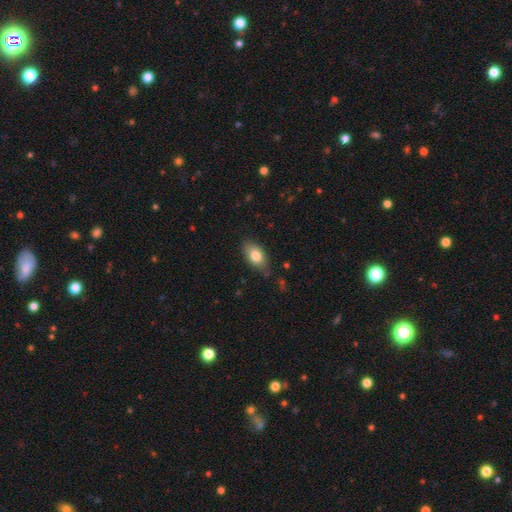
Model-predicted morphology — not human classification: smooth 81%, featured or disk 12%, star or artifact 7%. Down the decision tree: how rounded — in between (89%); merging — none (79%).